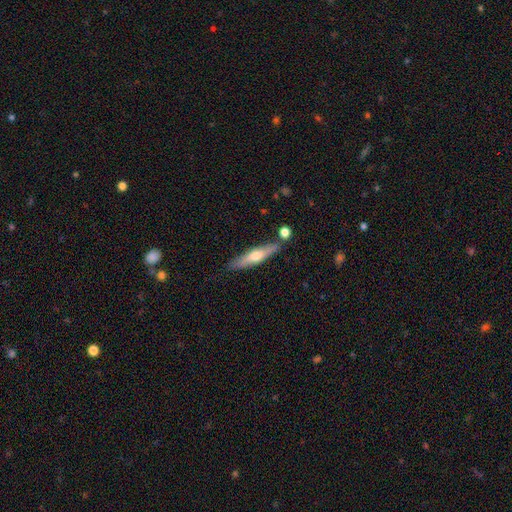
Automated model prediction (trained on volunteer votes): A smooth galaxy with no disk features (48%).

Vote fractions:
- Smooth or featured? smooth: 48% / featured or disk: 46% / star or artifact: 6%
- Merging? none: 79% / minor disturbance: 12% / merger: 6% / major disturbance: 3%